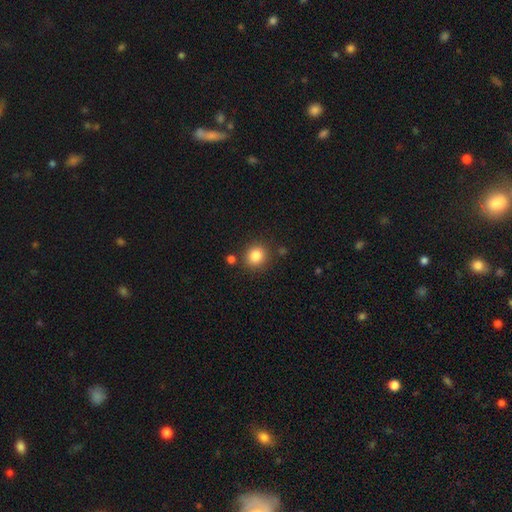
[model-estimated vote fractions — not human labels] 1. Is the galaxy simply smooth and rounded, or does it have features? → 84% smooth, 11% star or artifact, 6% featured or disk.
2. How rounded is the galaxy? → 82% round, 17% in between, 1% cigar-shaped.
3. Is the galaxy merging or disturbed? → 81% none, 10% minor disturbance, 6% merger, 3% major disturbance.